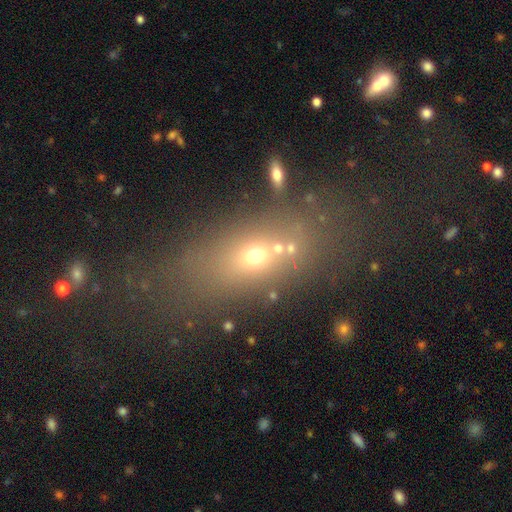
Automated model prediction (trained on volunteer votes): This appears to be a smooth galaxy with no disk features (52%) that is in between round and cigar-shaped (60%). Merging: none (59%).